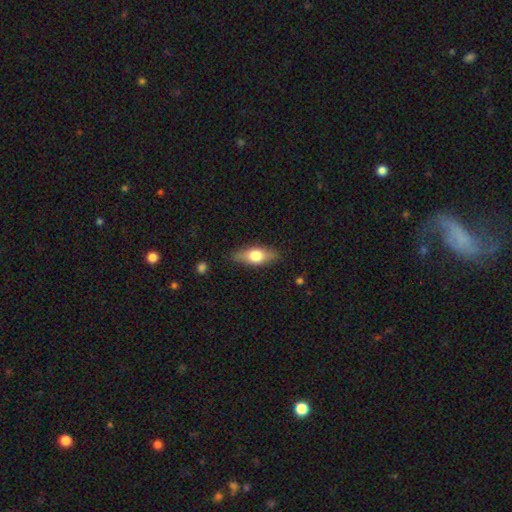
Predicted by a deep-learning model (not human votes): Smooth or featured: smooth — 66% (featured or disk — 28%)
How rounded: in between — 74% (cigar-shaped — 22%)
Merging: none — 84% (minor disturbance — 12%)